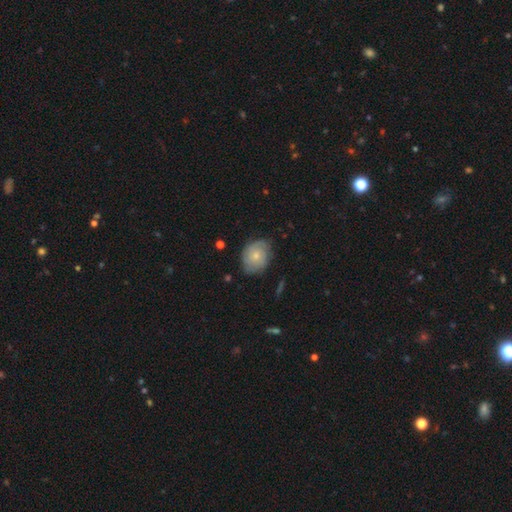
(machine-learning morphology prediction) Overall: smooth (54%; featured or disk 39%). How rounded: in between (51%; round 48%). Merging: none (70%).